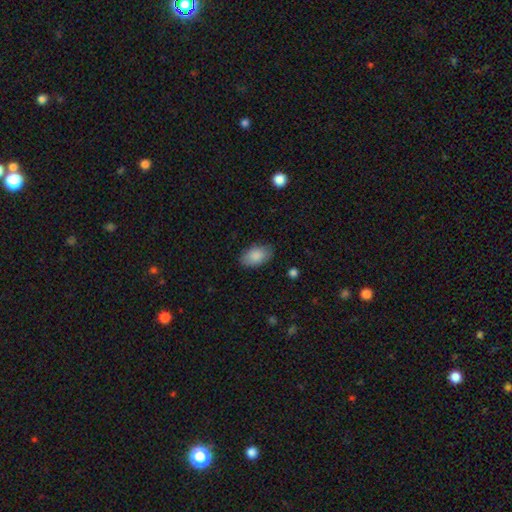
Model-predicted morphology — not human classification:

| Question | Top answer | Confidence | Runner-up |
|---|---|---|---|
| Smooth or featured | smooth | 87% | featured or disk (7%) |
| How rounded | in between | 93% | round (5%) |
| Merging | none | 83% | minor disturbance (13%) |